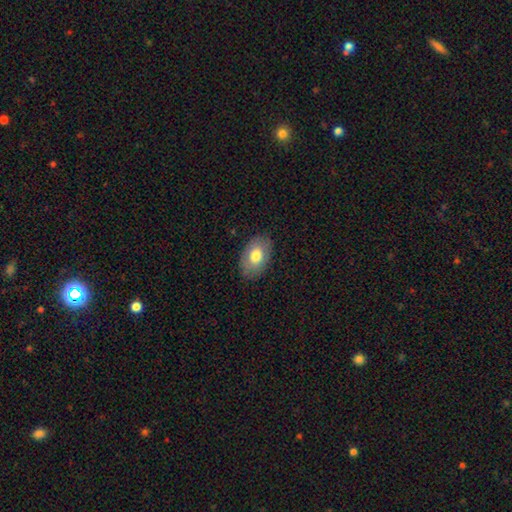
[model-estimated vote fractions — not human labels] Smooth or featured? smooth (73%)
How rounded? in between (88%)
Merging? none (82%)